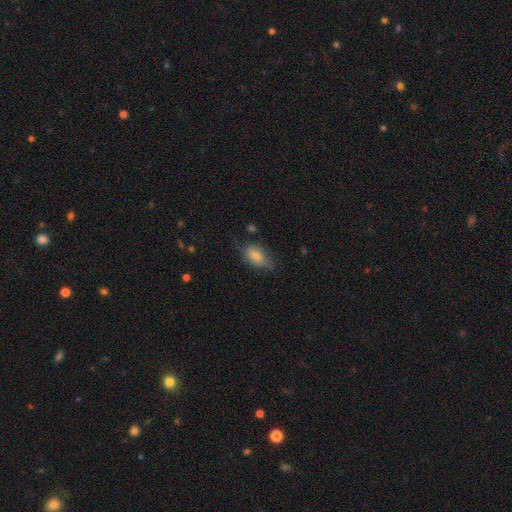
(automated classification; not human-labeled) Smooth or featured?
  - smooth: 73% *
  - featured or disk: 18%
  - star or artifact: 9%
How rounded?
  - in between: 87% *
  - round: 8%
  - cigar-shaped: 4%
Merging?
  - none: 57% *
  - minor disturbance: 31%
  - major disturbance: 10%
  - merger: 2%